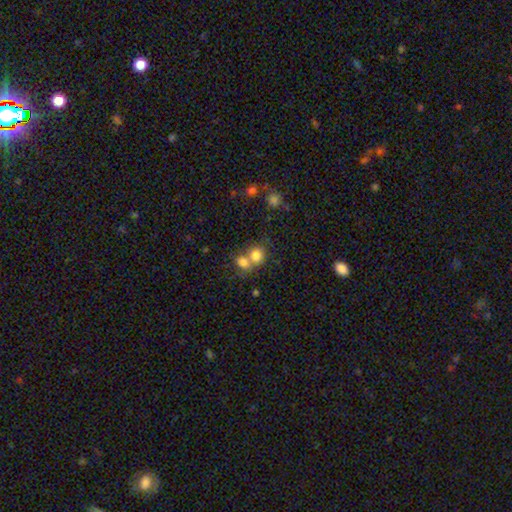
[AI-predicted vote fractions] smooth 78%, featured or disk 11%, star or artifact 11%. Down the decision tree: how rounded — round (71%); merging — merger (57%).